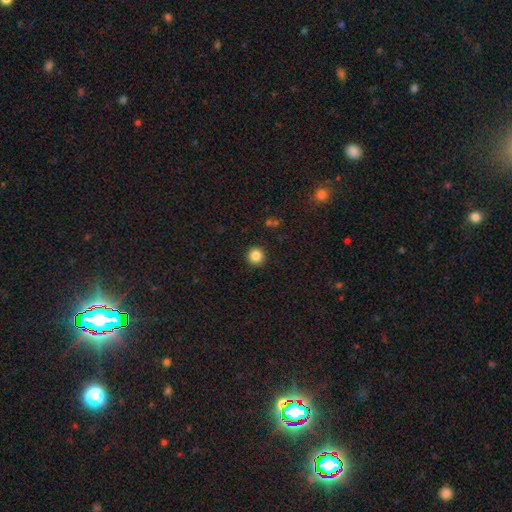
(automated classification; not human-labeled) smooth-or-featured: smooth: 85% | star or artifact: 11% | featured or disk: 4%
  how-rounded: round: 95% | in between: 4% | cigar-shaped: 1%
  merging: none: 92% | minor disturbance: 5% | major disturbance: 2% | merger: 1%